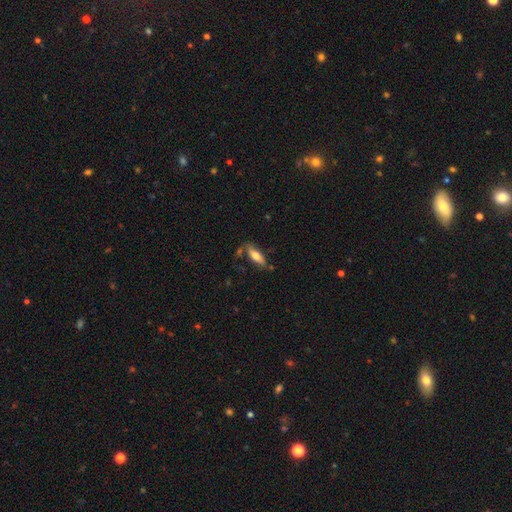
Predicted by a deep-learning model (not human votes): A smooth galaxy with no disk features (62%) that is in between round and cigar-shaped (57%). Merging: none (67%).